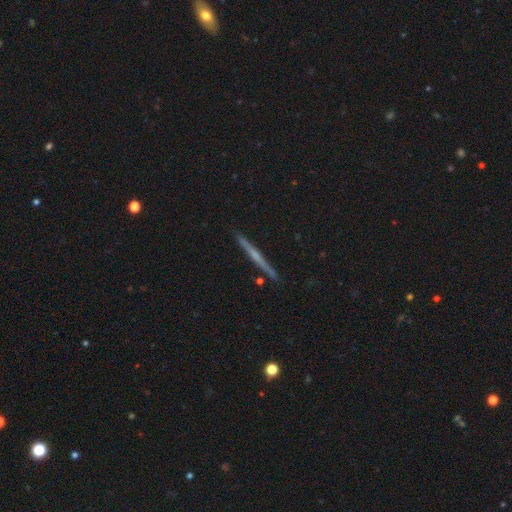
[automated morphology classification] A featured or disk galaxy (67%) viewed edge-on (98%) with no central bulge (53%). Merging: none (92%).